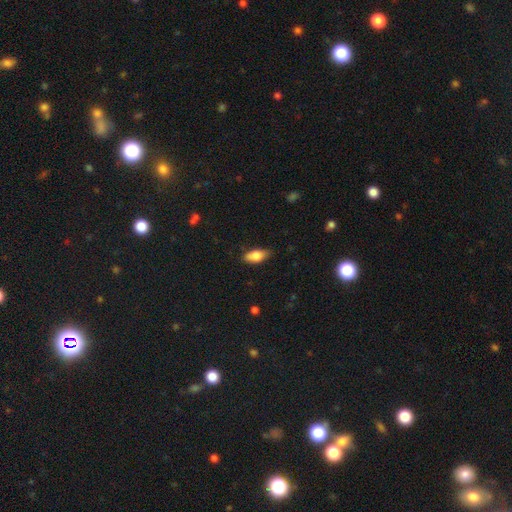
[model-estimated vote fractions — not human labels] This appears to be a smooth galaxy with no disk features (77%) that is in between round and cigar-shaped (85%). Merging: none (81%).